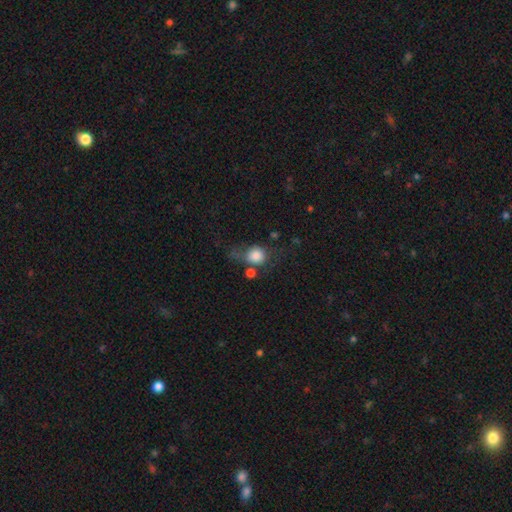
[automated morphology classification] smooth-or-featured: smooth: 80% | featured or disk: 11% | star or artifact: 10%
  how-rounded: round: 75% | in between: 23% | cigar-shaped: 2%
  merging: none: 45% | minor disturbance: 23% | major disturbance: 18% | merger: 14%